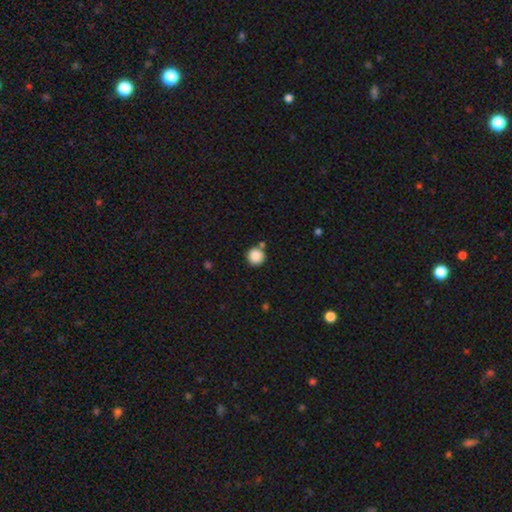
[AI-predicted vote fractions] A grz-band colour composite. It shows a smooth galaxy with no disk features (88%) that is round (95%). Merging: none (81%).